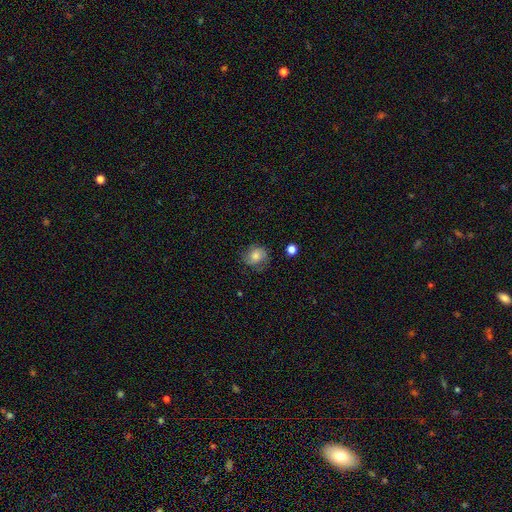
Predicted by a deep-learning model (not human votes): This is likely a smooth galaxy (65%). How rounded: likely round (72%). Merging: likely none (67%).